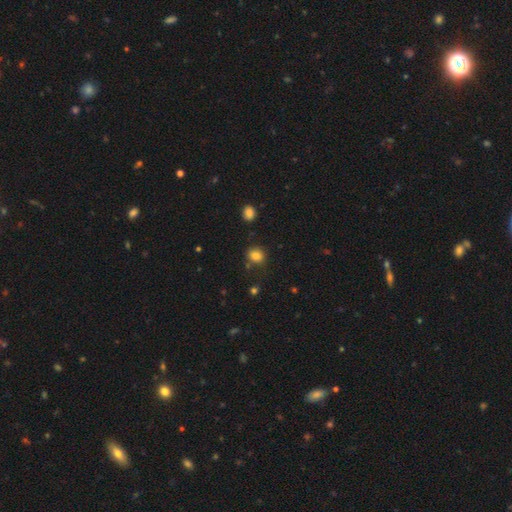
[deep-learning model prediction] smooth_or_featured: smooth (p=0.84) [alt: star or artifact p=0.12]
how_rounded: round (p=0.59) [alt: in between p=0.40]
merging: none (p=0.77) [alt: minor disturbance p=0.14]